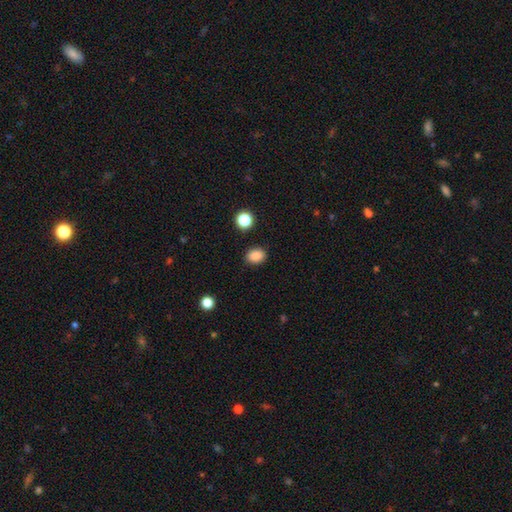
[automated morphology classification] Smooth or featured: smooth — 87% (star or artifact — 10%)
How rounded: in between — 62% (round — 37%)
Merging: none — 88% (minor disturbance — 8%)